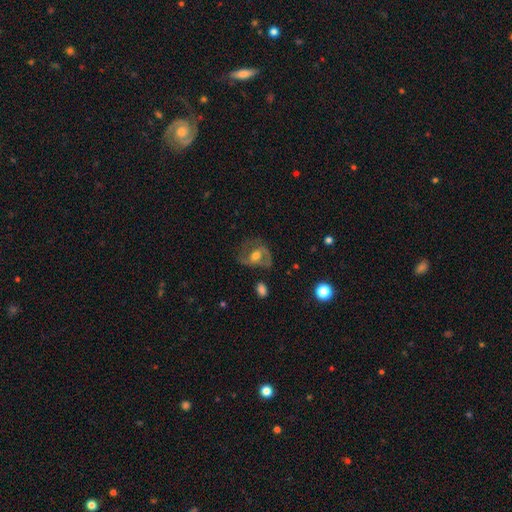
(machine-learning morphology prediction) Smooth or featured? featured or disk (68%)
Edge-on disk? no (96%)
Bar? no (45%)
Spiral arms? yes (78%)
Spiral winding? medium (50%)
Spiral arm count? 2 (77%)
Bulge size? moderate (67%)
Merging? none (61%)